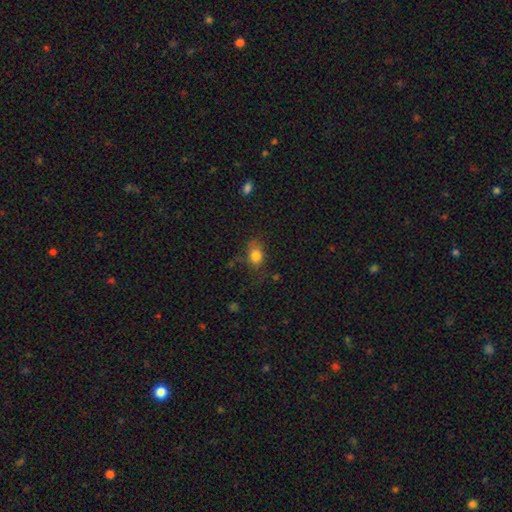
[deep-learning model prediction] The model was most divided on "how rounded": in between: 56%, round: 42%, cigar-shaped: 2%. More confident: smooth or featured — smooth (80%); merging — none (57%).